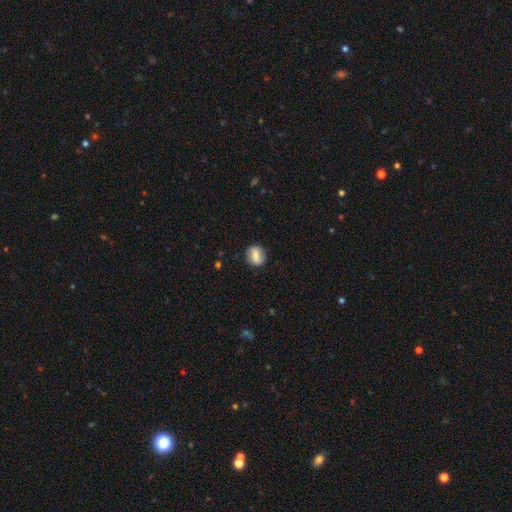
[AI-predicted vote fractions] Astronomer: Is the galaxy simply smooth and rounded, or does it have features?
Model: smooth — 55% (runner-up: featured or disk, 37%).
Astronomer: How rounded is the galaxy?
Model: round — 57% (runner-up: in between, 40%).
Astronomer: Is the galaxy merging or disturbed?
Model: none — 84%.